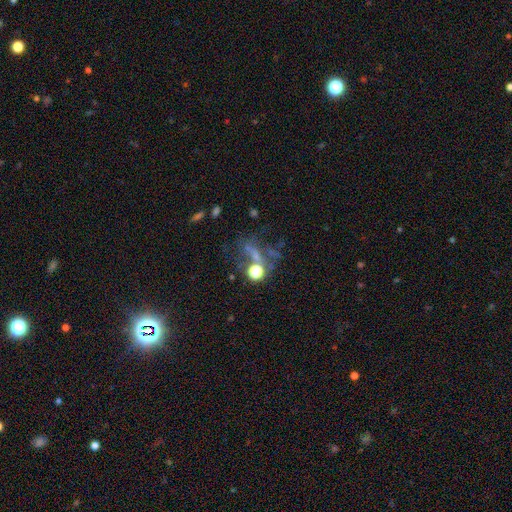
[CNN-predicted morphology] Smooth or featured? star or artifact (46%)